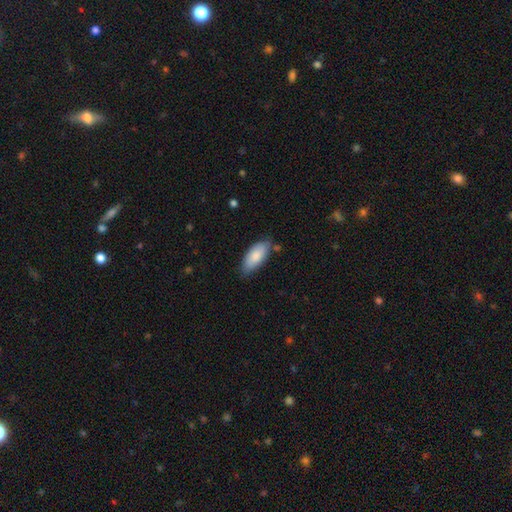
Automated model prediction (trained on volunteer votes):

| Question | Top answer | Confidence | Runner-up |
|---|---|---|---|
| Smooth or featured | smooth | 83% | featured or disk (12%) |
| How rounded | in between | 87% | cigar-shaped (11%) |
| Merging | none | 71% | minor disturbance (23%) |